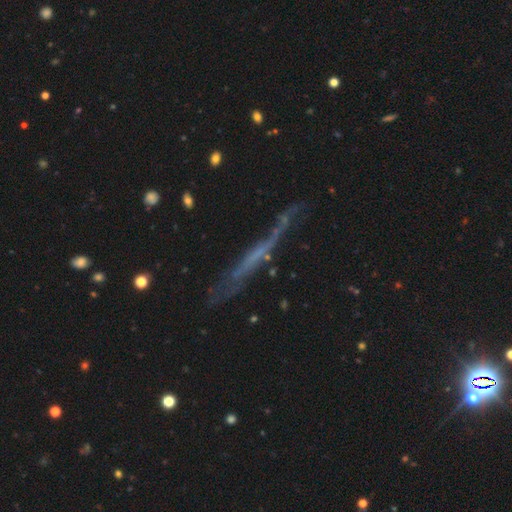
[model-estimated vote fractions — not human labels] smooth_or_featured: featured or disk (p=0.56) [alt: smooth p=0.31]
disk_edge_on: yes (p=0.82) [alt: no p=0.18]
merging: none (p=0.59) [alt: minor disturbance p=0.23]